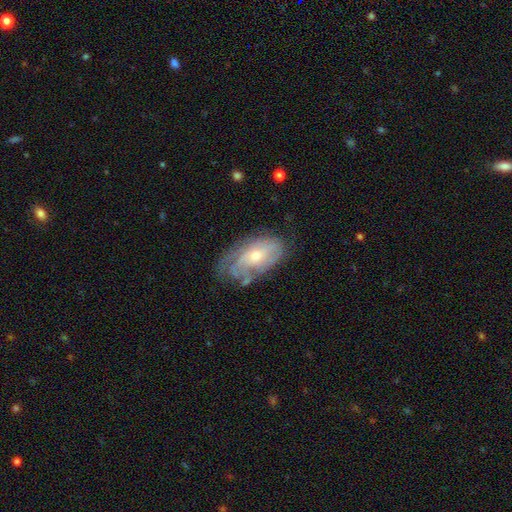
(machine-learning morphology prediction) This appears to be a featured or disk galaxy (65%) with no bar (72%), spiral arms (75%) and a moderate central bulge (52%). Merging: none (55%).